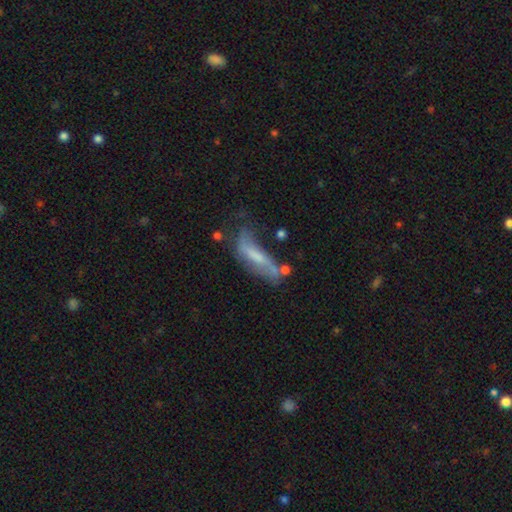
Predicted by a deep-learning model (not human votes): Smooth or featured? featured or disk (49%)
Merging? none (37%)